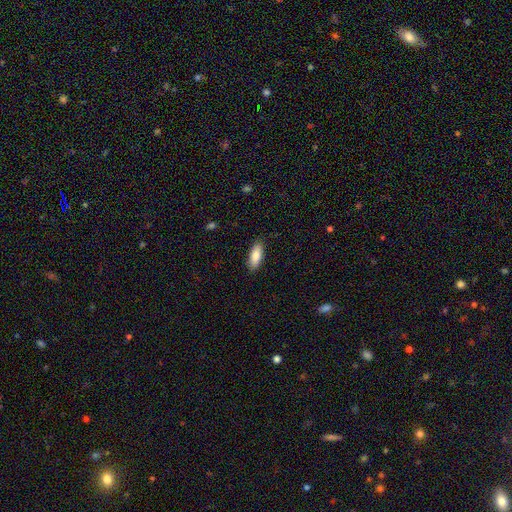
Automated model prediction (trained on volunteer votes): smooth 84%, featured or disk 10%, star or artifact 6%. Down the decision tree: how rounded — in between (73%); merging — none (88%).